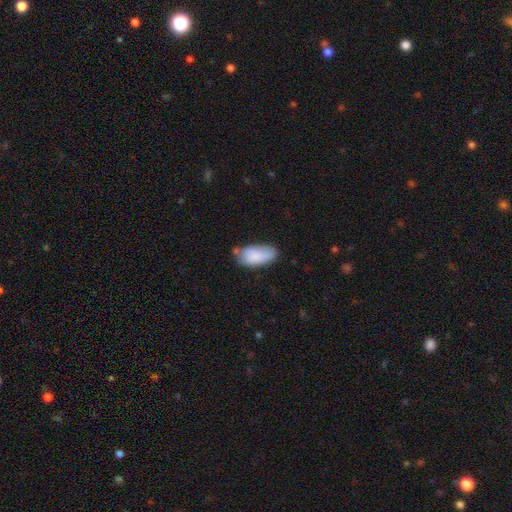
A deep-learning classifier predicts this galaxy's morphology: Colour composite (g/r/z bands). It shows a smooth galaxy with no disk features (85%) that is in between round and cigar-shaped (92%). Merging: none (56%).